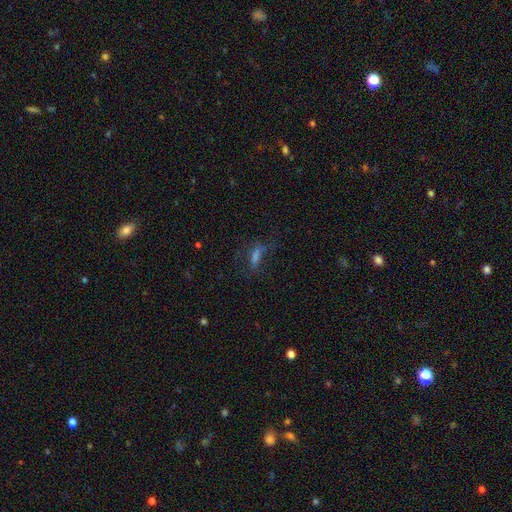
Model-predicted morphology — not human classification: Smooth or featured?
  - smooth: 45% *
  - featured or disk: 28%
  - star or artifact: 27%
Merging?
  - none: 54% *
  - major disturbance: 23%
  - minor disturbance: 20%
  - merger: 3%